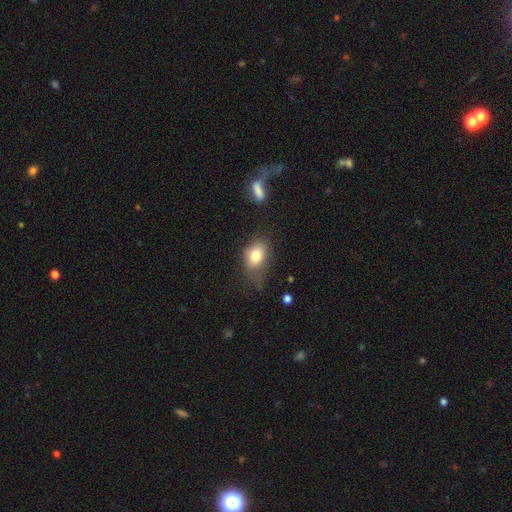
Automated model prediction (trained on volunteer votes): Q: Smooth or featured?
A: smooth (79%); runner-up: featured or disk (12%)
Q: How rounded?
A: in between (79%); runner-up: round (19%)
Q: Merging?
A: none (52%); runner-up: minor disturbance (29%)